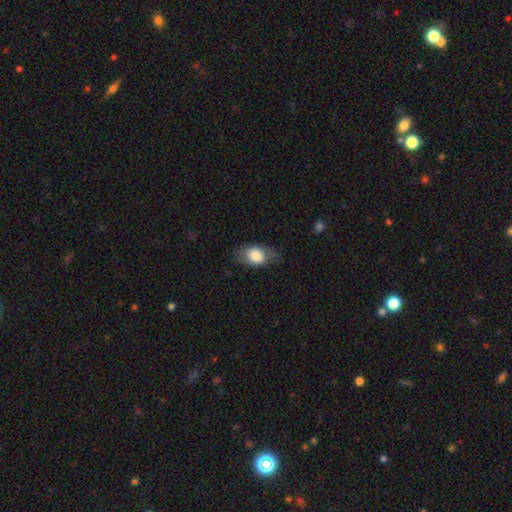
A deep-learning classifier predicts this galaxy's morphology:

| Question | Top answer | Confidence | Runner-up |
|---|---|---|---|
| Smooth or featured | smooth | 73% | featured or disk (20%) |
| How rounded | in between | 84% | round (14%) |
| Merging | none | 67% | minor disturbance (23%) |